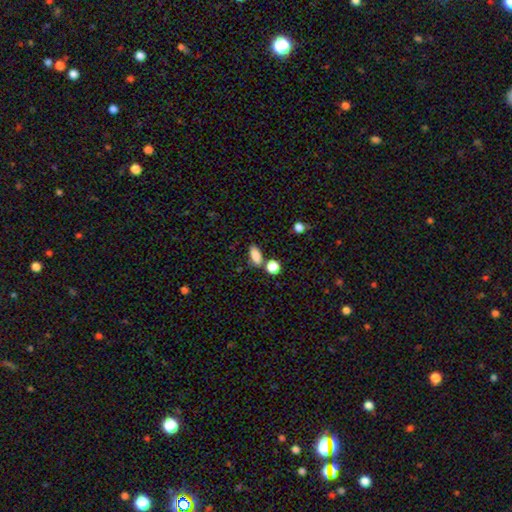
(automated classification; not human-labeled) Smooth or featured: smooth — 85% (star or artifact — 9%)
How rounded: in between — 79% (cigar-shaped — 13%)
Merging: none — 67% (merger — 16%)